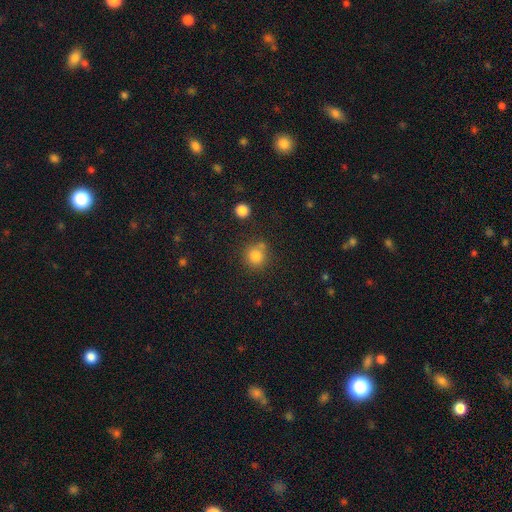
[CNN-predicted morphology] Smooth or featured?
  - smooth: 83% *
  - star or artifact: 12%
  - featured or disk: 5%
How rounded?
  - round: 90% *
  - in between: 9%
  - cigar-shaped: 1%
Merging?
  - none: 73% *
  - minor disturbance: 12%
  - merger: 11%
  - major disturbance: 4%